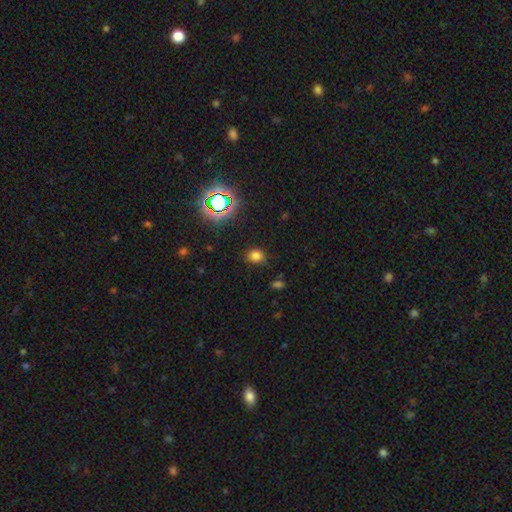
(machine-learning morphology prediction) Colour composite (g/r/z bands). It shows a smooth galaxy with no disk features (74%) that is round (66%). Merging: none (83%).